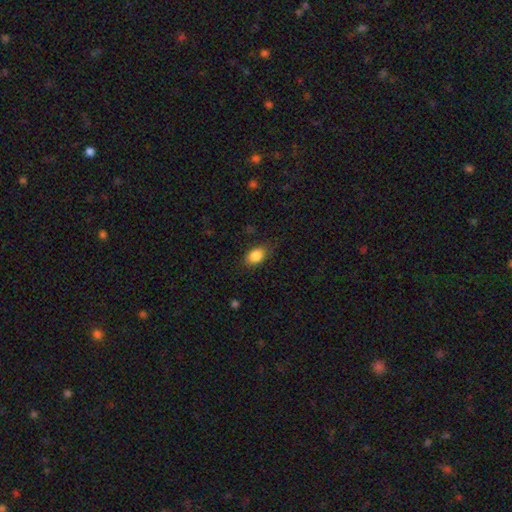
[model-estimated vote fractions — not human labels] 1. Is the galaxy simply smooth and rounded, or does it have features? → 85% smooth, 8% star or artifact, 6% featured or disk.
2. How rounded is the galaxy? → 78% in between, 20% round, 2% cigar-shaped.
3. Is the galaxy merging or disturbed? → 73% none, 20% minor disturbance, 5% major disturbance, 1% merger.